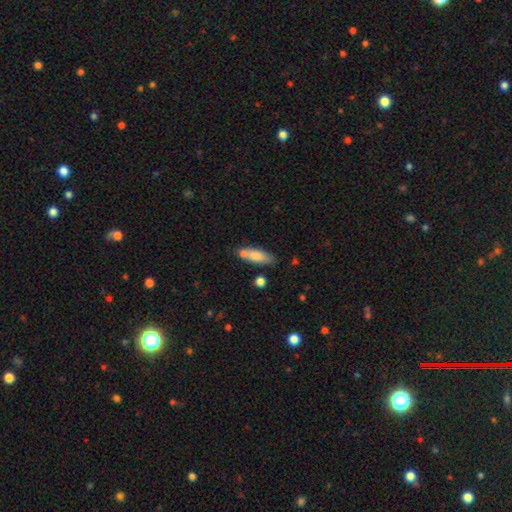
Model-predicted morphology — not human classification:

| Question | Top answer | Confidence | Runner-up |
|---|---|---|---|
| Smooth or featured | smooth | 76% | featured or disk (17%) |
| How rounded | in between | 58% | cigar-shaped (39%) |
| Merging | none | 63% | minor disturbance (17%) |